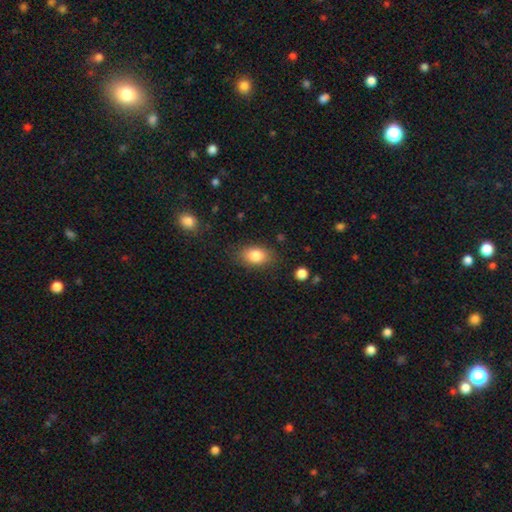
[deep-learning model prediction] Morphology: type=smooth (84%); roundness=in between (83%); merging=none (81%).